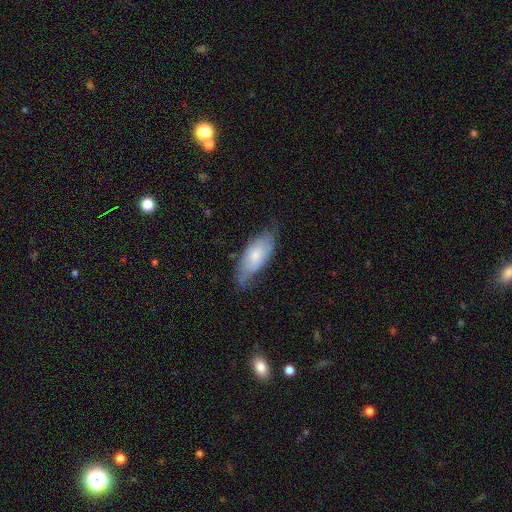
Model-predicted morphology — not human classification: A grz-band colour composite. It shows a smooth galaxy with no disk features (64%) that is in between round and cigar-shaped (82%). Merging: none (57%).